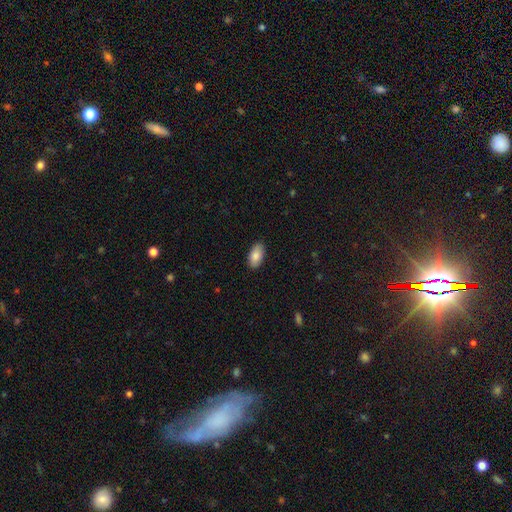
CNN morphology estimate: The model was most divided on "merging": none: 87%, minor disturbance: 10%, major disturbance: 2%, merger: 1%. More confident: how rounded — in between (94%); smooth or featured — smooth (87%).